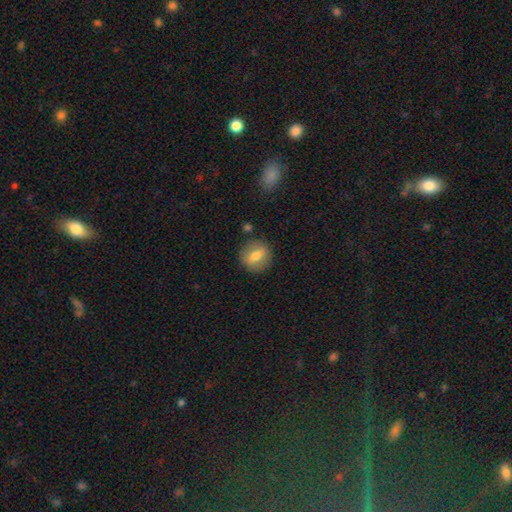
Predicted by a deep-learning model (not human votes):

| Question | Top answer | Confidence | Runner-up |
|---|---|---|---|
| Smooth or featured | smooth | 70% | featured or disk (22%) |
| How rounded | round | 87% | in between (12%) |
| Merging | none | 86% | minor disturbance (9%) |